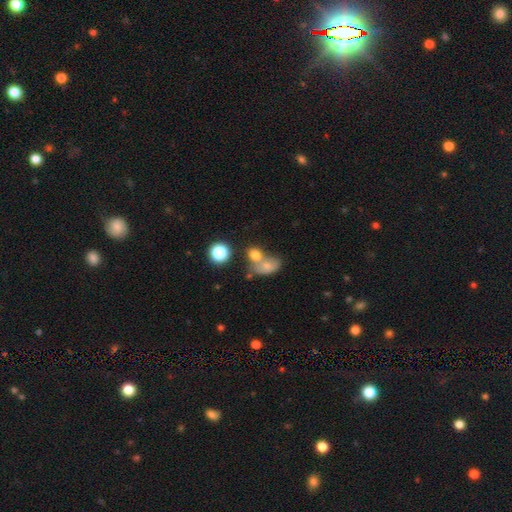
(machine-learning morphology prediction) A smooth galaxy with no disk features (71%) that is in between round and cigar-shaped (53%).

Vote fractions:
- Smooth or featured? smooth: 71% / featured or disk: 14% / star or artifact: 14%
- How rounded? in between: 53% / round: 45% / cigar-shaped: 2%
- Merging? merger: 53% / none: 31% / minor disturbance: 10% / major disturbance: 6%